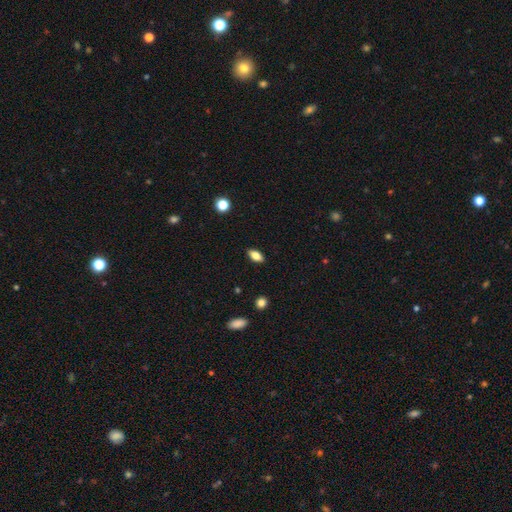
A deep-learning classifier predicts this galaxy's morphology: smooth_or_featured: smooth (p=0.79) [alt: featured or disk p=0.13]
how_rounded: in between (p=0.86) [alt: cigar-shaped p=0.09]
merging: none (p=0.89) [alt: minor disturbance p=0.08]